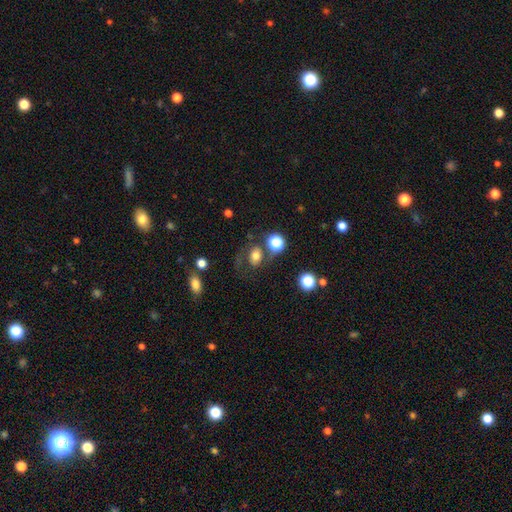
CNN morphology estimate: Overall: smooth (64%). How rounded: in between (53%; round 45%). Merging: none (57%).